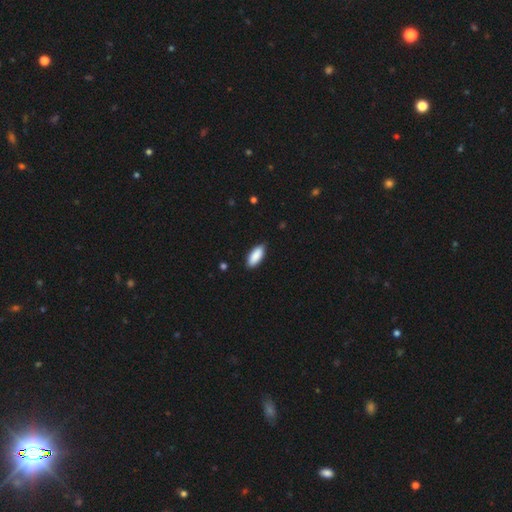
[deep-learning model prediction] A smooth galaxy with no disk features (90%) that is in between round and cigar-shaped (83%). Merging: none (87%).